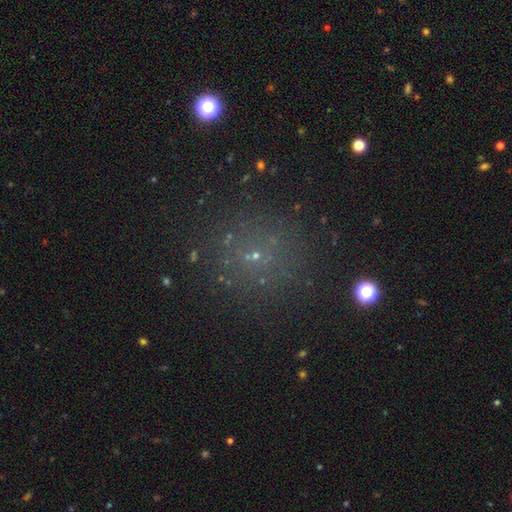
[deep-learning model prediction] Smooth or featured?
  - smooth: 48% *
  - star or artifact: 39%
  - featured or disk: 13%
Merging?
  - none: 83% *
  - minor disturbance: 9%
  - major disturbance: 5%
  - merger: 2%